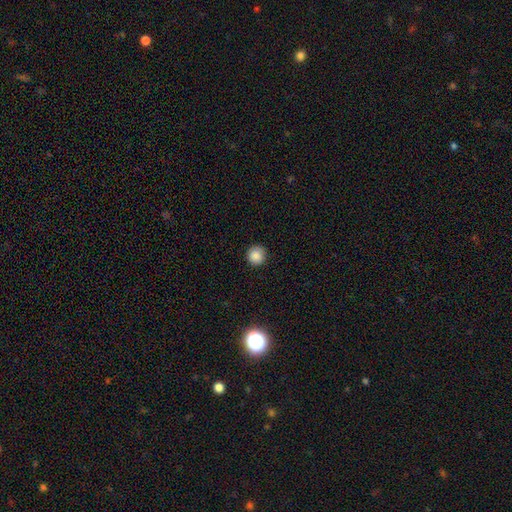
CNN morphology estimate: A smooth galaxy with no disk features (86%) that is round (94%).

Vote fractions:
- Smooth or featured? smooth: 86% / star or artifact: 10% / featured or disk: 3%
- How rounded? round: 94% / in between: 5% / cigar-shaped: 1%
- Merging? none: 86% / minor disturbance: 10% / major disturbance: 2% / merger: 1%